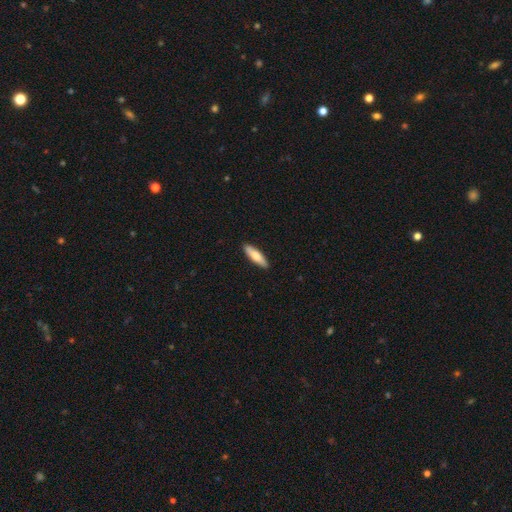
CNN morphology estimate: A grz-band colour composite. It shows a smooth galaxy with no disk features (74%) that is cigar-shaped (65%). Merging: none (90%).